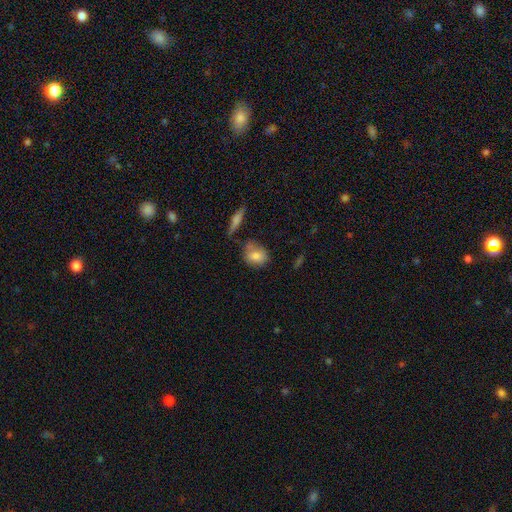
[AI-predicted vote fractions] smooth-or-featured: smooth: 80% | featured or disk: 12% | star or artifact: 8%
  how-rounded: in between: 54% | round: 43% | cigar-shaped: 3%
  merging: none: 58% | minor disturbance: 27% | major disturbance: 8% | merger: 7%